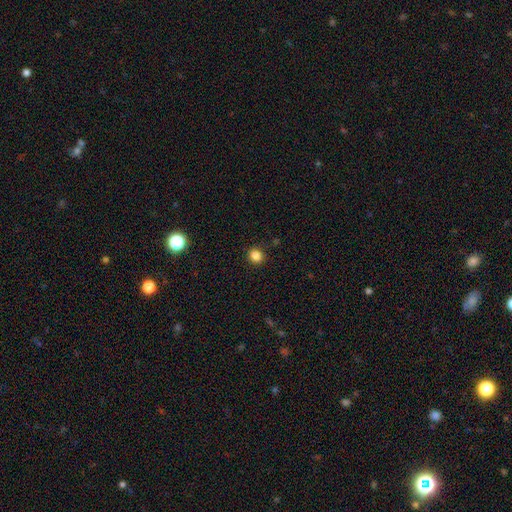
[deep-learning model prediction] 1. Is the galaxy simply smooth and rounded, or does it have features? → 84% smooth, 12% star or artifact, 4% featured or disk.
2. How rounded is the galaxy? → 86% round, 13% in between, 1% cigar-shaped.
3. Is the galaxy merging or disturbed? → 90% none, 6% minor disturbance, 2% major disturbance, 1% merger.